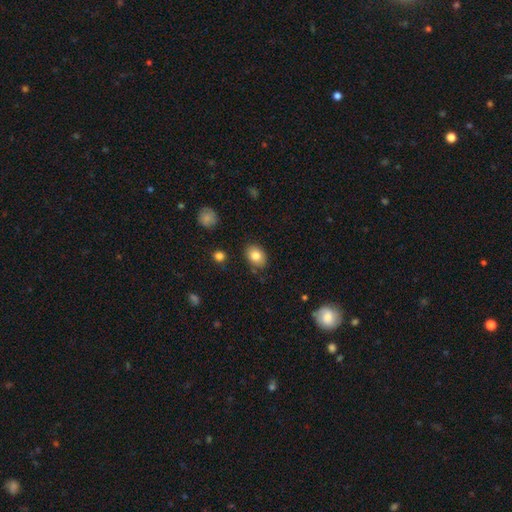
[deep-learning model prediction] Smooth or featured: smooth — 81% (featured or disk — 10%)
How rounded: in between — 73% (round — 26%)
Merging: none — 83% (minor disturbance — 12%)